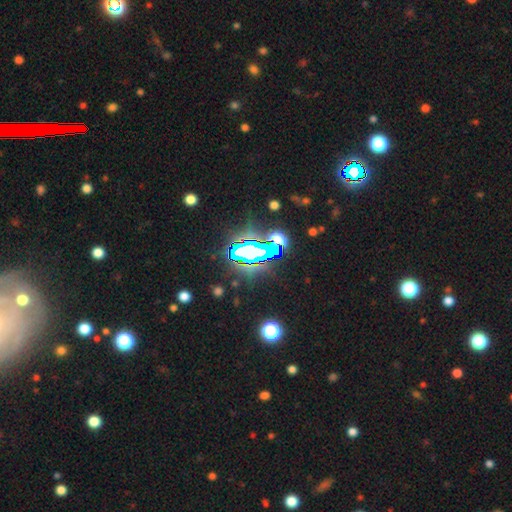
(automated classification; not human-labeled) Overall: star or artifact (71%).